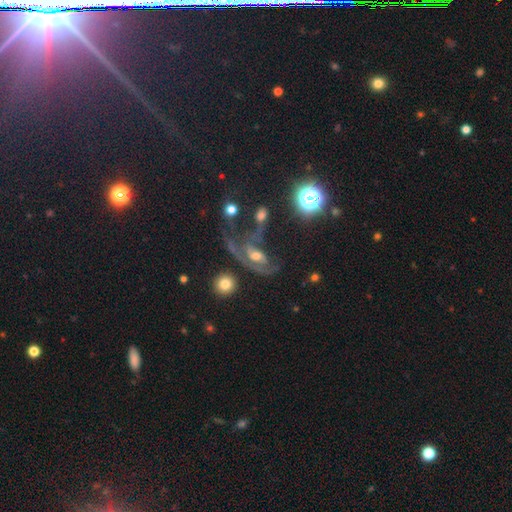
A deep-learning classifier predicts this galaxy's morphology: smooth-or-featured: featured or disk: 68% | smooth: 19% | star or artifact: 12%
  disk-edge-on: no: 92% | yes: 8%
    bar: no: 56% | weak: 32% | strong: 12%
    has-spiral-arms: yes: 68% | no: 32%
    bulge-size: moderate: 56% | small: 26% | large: 11% | none: 5% | dominant: 2%
  merging: major disturbance: 46% | none: 23% | merger: 18% | minor disturbance: 13%